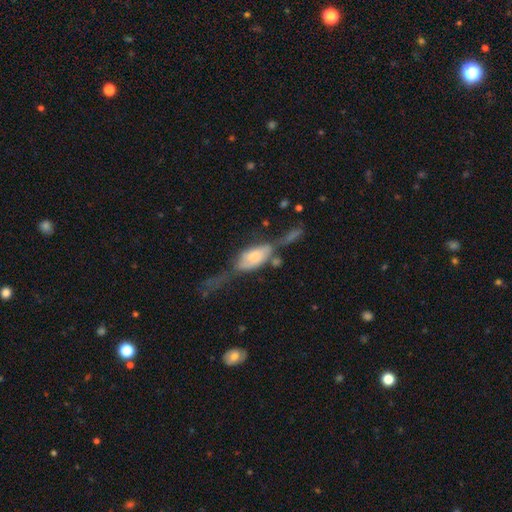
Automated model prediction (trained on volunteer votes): Smooth or featured: featured or disk — 51% (smooth — 42%)
Edge-on disk: yes — 55% (no — 45%)
Merging: major disturbance — 32% (none — 25%)